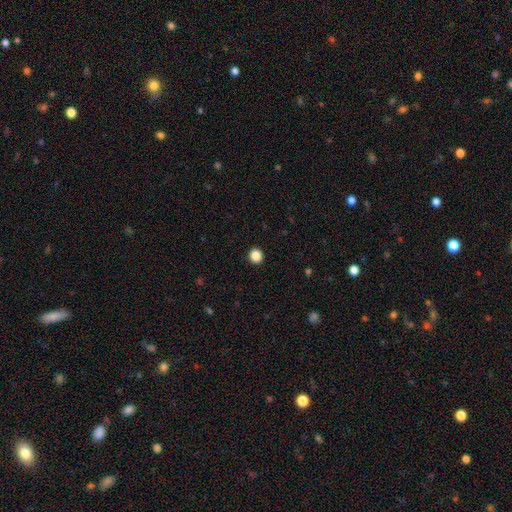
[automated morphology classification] A smooth galaxy with no disk features (86%) that is round (91%).

Vote fractions:
- Smooth or featured? smooth: 86% / star or artifact: 11% / featured or disk: 3%
- How rounded? round: 91% / in between: 8% / cigar-shaped: 1%
- Merging? none: 93% / minor disturbance: 4% / major disturbance: 2% / merger: 1%